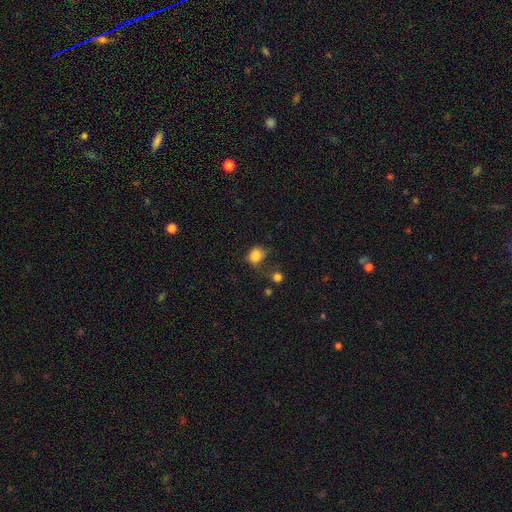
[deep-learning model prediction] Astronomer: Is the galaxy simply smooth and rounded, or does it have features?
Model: smooth — 81%.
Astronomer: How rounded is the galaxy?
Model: in between — 50% (runner-up: round, 49%).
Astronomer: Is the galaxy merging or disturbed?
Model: none — 35% (runner-up: minor disturbance, 28%).